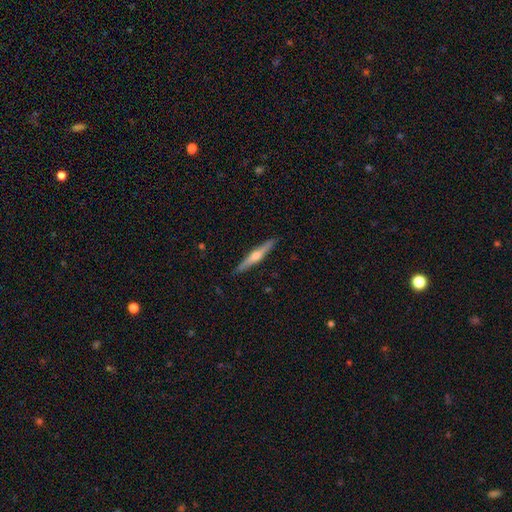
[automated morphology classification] Q: Smooth or featured?
A: featured or disk (67%); runner-up: smooth (28%)
Q: Edge-on disk?
A: yes (97%); runner-up: no (3%)
Q: Edge-on bulge?
A: rounded (91%); runner-up: none (5%)
Q: Merging?
A: none (90%); runner-up: minor disturbance (7%)